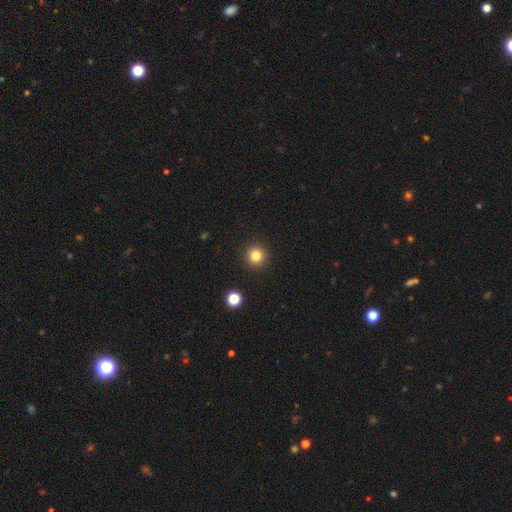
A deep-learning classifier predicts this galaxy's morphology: smooth_or_featured: smooth (p=0.82) [alt: star or artifact p=0.13]
how_rounded: round (p=0.95) [alt: in between p=0.04]
merging: none (p=0.92) [alt: minor disturbance p=0.05]